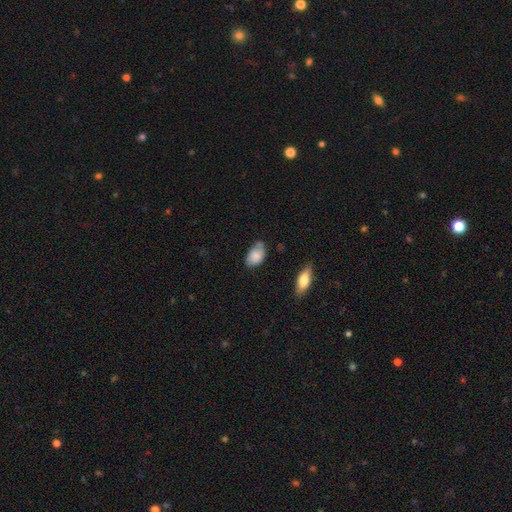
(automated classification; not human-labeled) Smooth or featured? smooth (81%)
How rounded? in between (90%)
Merging? none (50%)